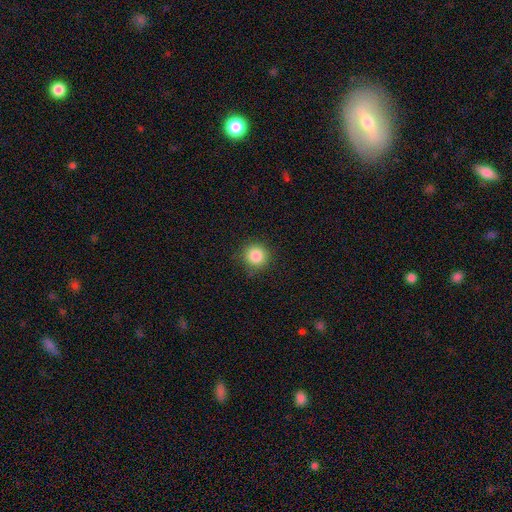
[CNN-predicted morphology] Smooth or featured? smooth (86%)
How rounded? round (94%)
Merging? none (87%)